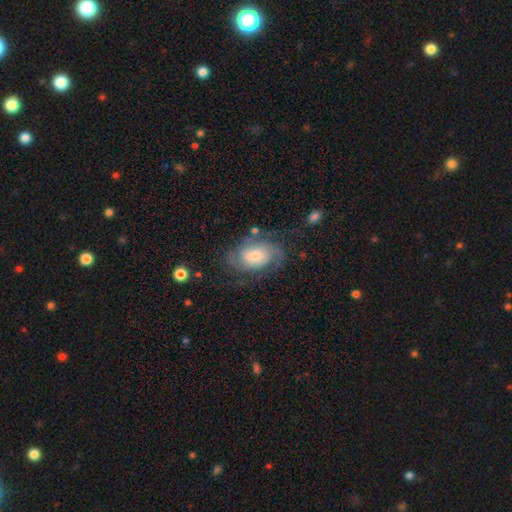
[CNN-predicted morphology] Q: Smooth or featured?
A: featured or disk (75%); runner-up: smooth (18%)
Q: Edge-on disk?
A: no (97%); runner-up: yes (3%)
Q: Bar?
A: no (65%); runner-up: weak (28%)
Q: Spiral arms?
A: yes (92%); runner-up: no (8%)
Q: Spiral winding?
A: tight (43%); runner-up: medium (42%)
Q: Spiral arm count?
A: 2 (50%); runner-up: can't tell (23%)
Q: Bulge size?
A: small (45%); runner-up: moderate (37%)
Q: Merging?
A: none (62%); runner-up: minor disturbance (20%)